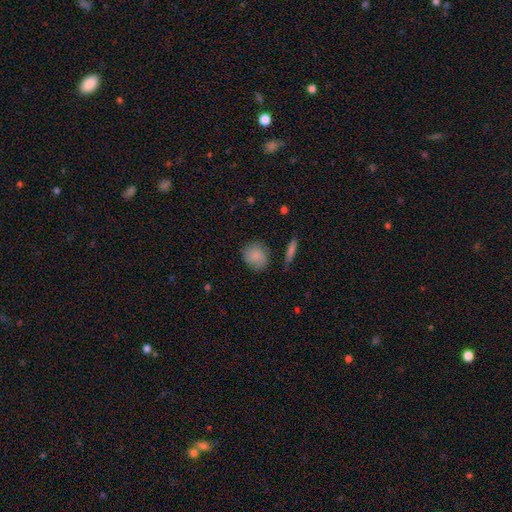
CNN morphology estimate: smooth_or_featured: smooth (p=0.85) [alt: featured or disk p=0.08]
how_rounded: round (p=0.76) [alt: in between p=0.22]
merging: none (p=0.77) [alt: minor disturbance p=0.16]